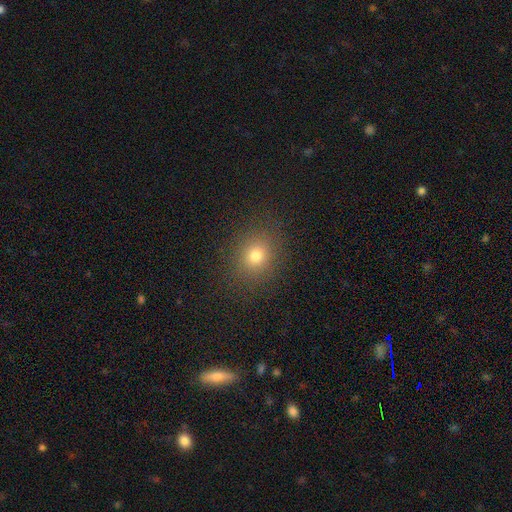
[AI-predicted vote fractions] smooth_or_featured: smooth (p=0.74) [alt: star or artifact p=0.17]
how_rounded: round (p=0.73) [alt: in between p=0.26]
merging: none (p=0.88) [alt: minor disturbance p=0.08]